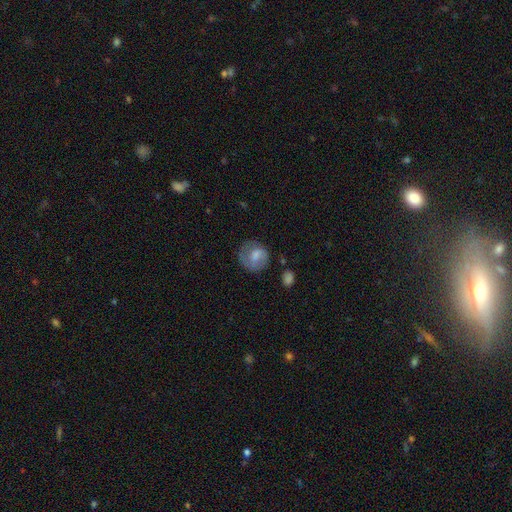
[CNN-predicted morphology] Overall: smooth (65%; featured or disk 28%). How rounded: round (79%). Merging: none (61%; minor disturbance 23%).